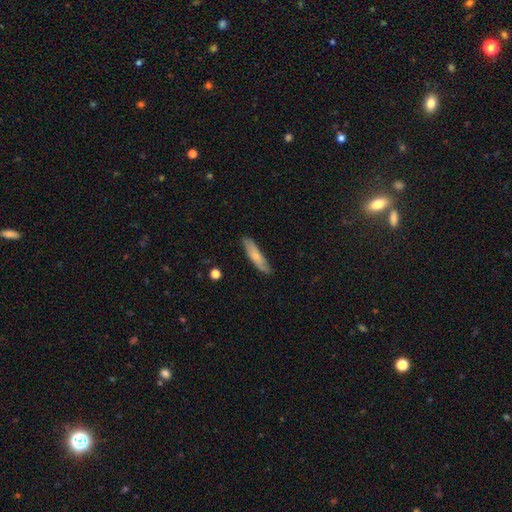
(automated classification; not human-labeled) A smooth galaxy with no disk features (70%) that is cigar-shaped (76%).

Vote fractions:
- Smooth or featured? smooth: 70% / featured or disk: 25% / star or artifact: 6%
- How rounded? cigar-shaped: 76% / in between: 22% / round: 2%
- Merging? none: 80% / minor disturbance: 16% / major disturbance: 3% / merger: 1%